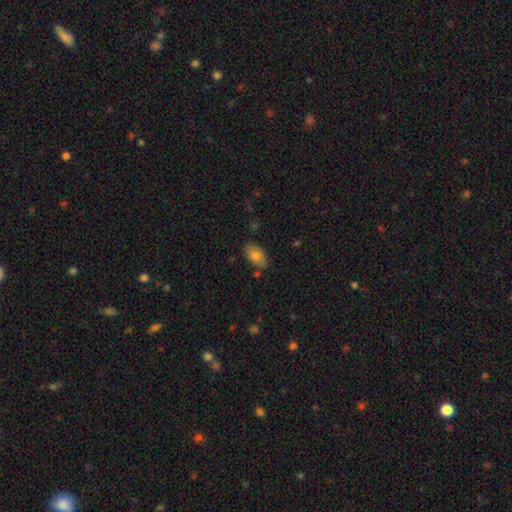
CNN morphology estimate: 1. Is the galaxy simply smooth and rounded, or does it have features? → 81% smooth, 12% featured or disk, 7% star or artifact.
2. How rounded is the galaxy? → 92% in between, 5% round, 2% cigar-shaped.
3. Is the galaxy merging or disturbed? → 79% none, 15% minor disturbance, 3% merger, 3% major disturbance.